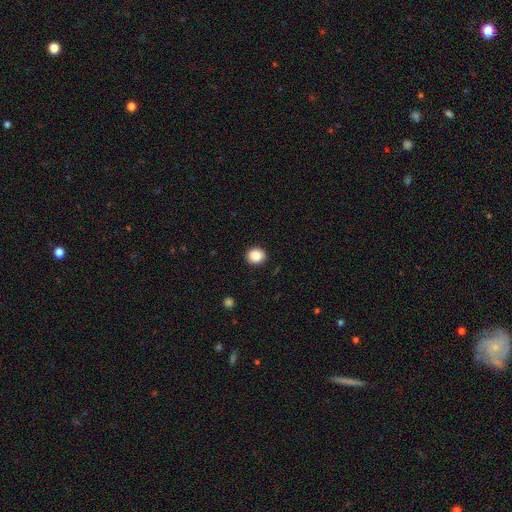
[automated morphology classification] Overall: smooth (88%). How rounded: round (79%). Merging: none (91%).